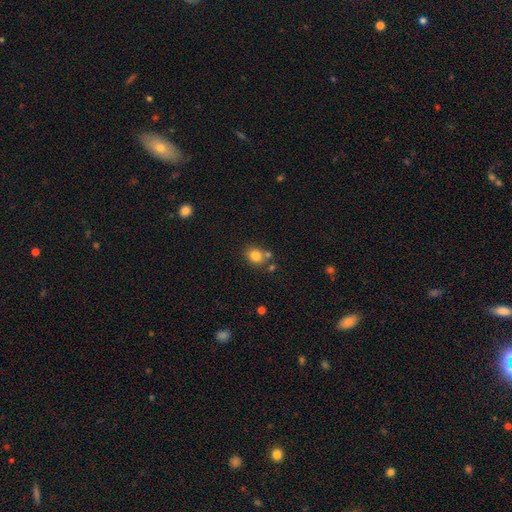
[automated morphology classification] A smooth galaxy with no disk features (81%) that is round (60%). Merging: none (66%).